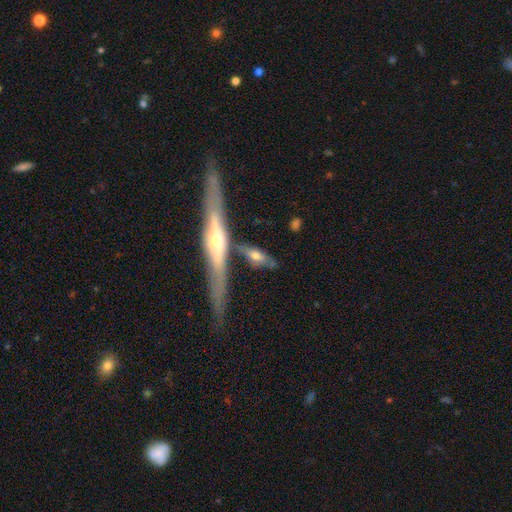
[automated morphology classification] Smooth or featured?
  - smooth: 48% *
  - featured or disk: 45%
  - star or artifact: 7%
Merging?
  - none: 57% *
  - merger: 19%
  - minor disturbance: 17%
  - major disturbance: 7%